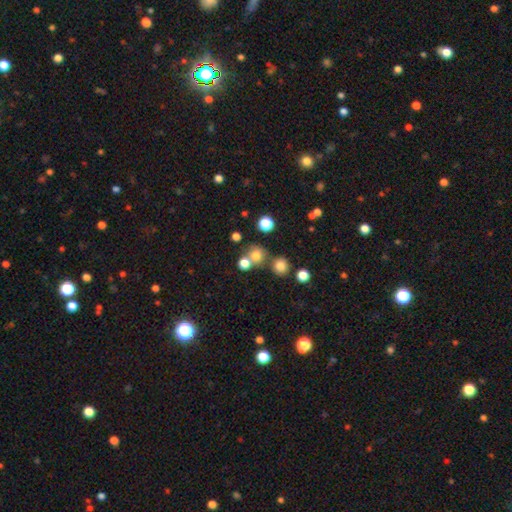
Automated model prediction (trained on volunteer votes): Smooth or featured? smooth (73%)
How rounded? round (88%)
Merging? none (61%)